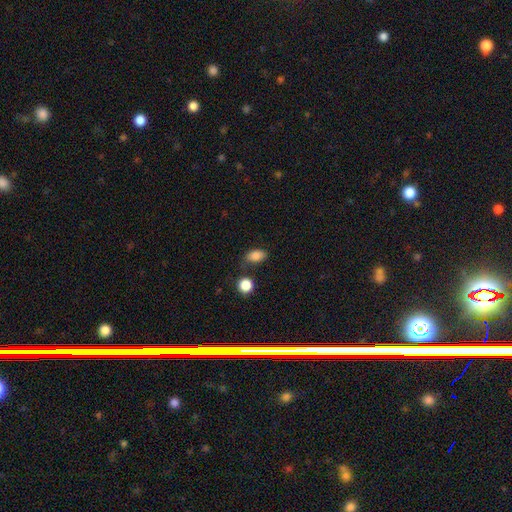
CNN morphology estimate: Smooth or featured? smooth (85%)
How rounded? in between (86%)
Merging? none (69%)